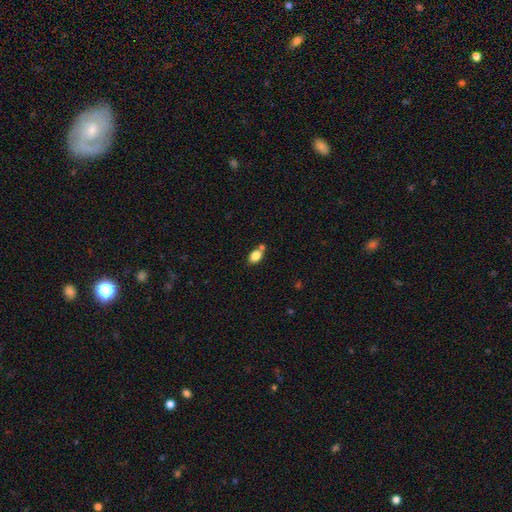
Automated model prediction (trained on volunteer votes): Smooth or featured: smooth — 82% (featured or disk — 9%)
How rounded: in between — 83% (round — 15%)
Merging: none — 59% (merger — 23%)